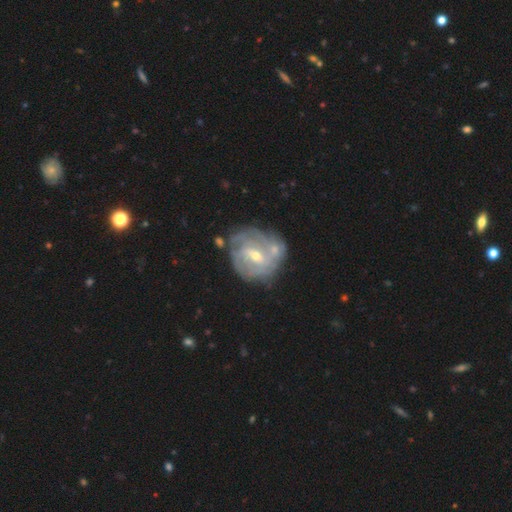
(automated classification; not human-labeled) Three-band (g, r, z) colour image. It shows a featured or disk galaxy (83%) with a weak bar (54%), tight (68%) spiral arms (91%) and a small central bulge (54%). Merging: none (55%).